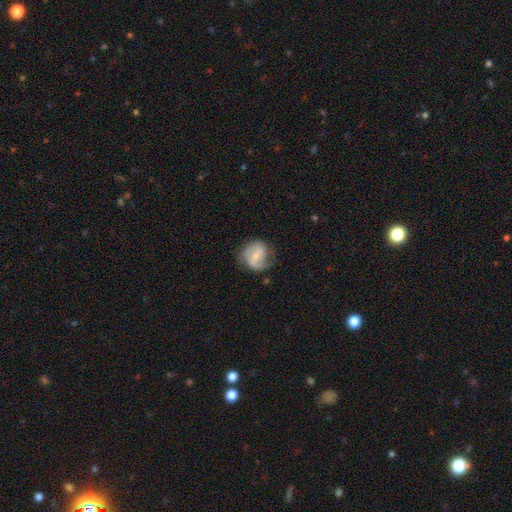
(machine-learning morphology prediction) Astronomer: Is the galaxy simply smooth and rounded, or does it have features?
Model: featured or disk — 61%.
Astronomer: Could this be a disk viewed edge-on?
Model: no — 97%.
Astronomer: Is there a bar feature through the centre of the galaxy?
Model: weak — 47% (runner-up: no, 31%).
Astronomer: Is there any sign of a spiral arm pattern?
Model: yes — 87%.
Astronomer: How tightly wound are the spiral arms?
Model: medium — 43% (runner-up: loose, 34%).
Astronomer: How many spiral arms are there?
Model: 2 — 72%.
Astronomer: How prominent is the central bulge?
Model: small — 54% (runner-up: moderate, 34%).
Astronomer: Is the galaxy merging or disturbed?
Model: none — 63%.